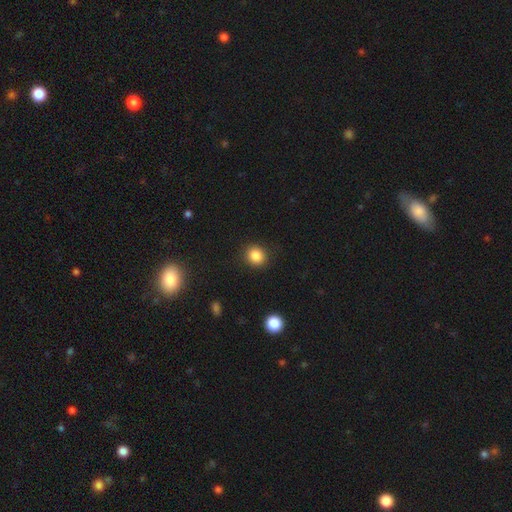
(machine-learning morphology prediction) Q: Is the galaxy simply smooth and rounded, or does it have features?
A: smooth — 85%.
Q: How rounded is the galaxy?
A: round — 78%.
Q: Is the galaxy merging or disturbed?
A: none — 89%.